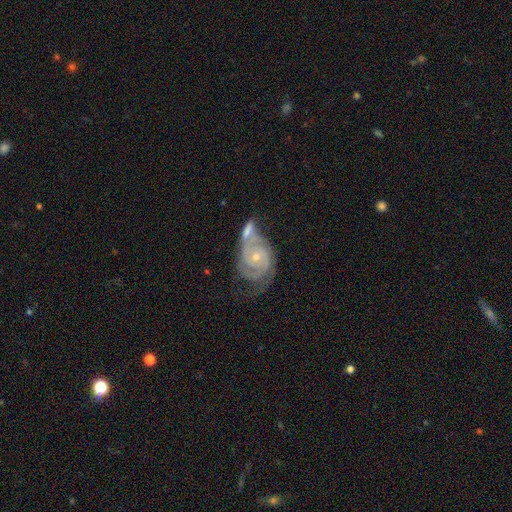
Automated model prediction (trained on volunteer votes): featured or disk 88%, smooth 7%, star or artifact 6%. Down the decision tree: edge-on disk — no (97%); bar — no (68%); spiral arms — yes (97%); spiral arm count — 2 (59%); spiral winding — tight (60%); bulge size — small (65%); merging — merger (37%).